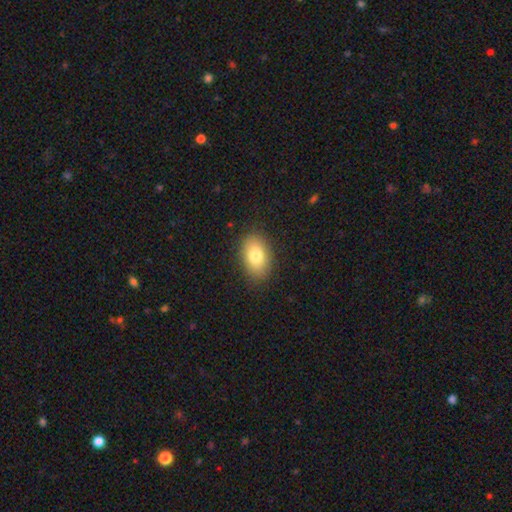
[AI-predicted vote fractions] smooth-or-featured: smooth: 80% | featured or disk: 12% | star or artifact: 8%
  how-rounded: in between: 89% | round: 9% | cigar-shaped: 2%
  merging: none: 87% | minor disturbance: 10% | major disturbance: 3% | merger: 1%